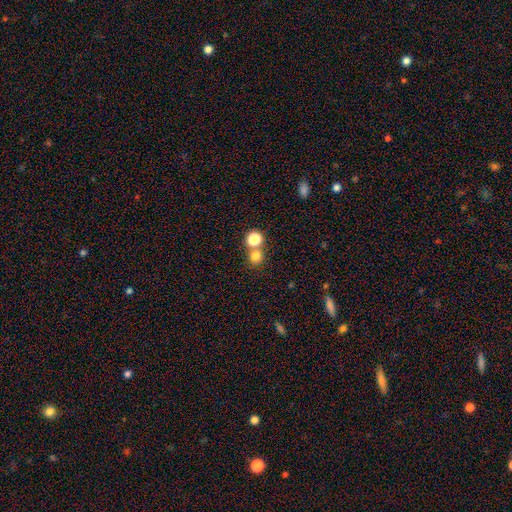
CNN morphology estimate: type=smooth (77%); roundness=round (88%); merging=none (58%).